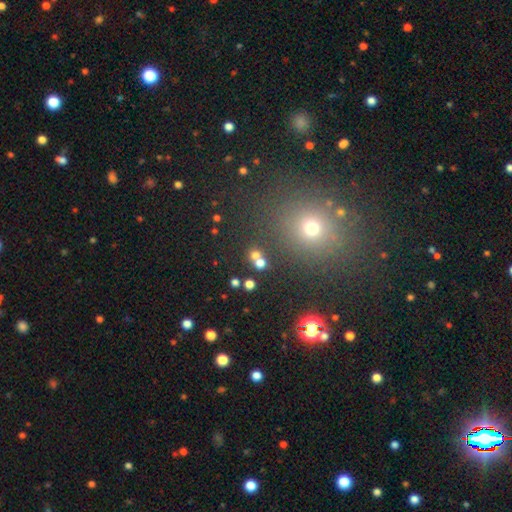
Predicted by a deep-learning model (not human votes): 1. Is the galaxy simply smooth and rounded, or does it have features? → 66% smooth, 23% star or artifact, 11% featured or disk.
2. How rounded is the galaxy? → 81% round, 18% in between, 1% cigar-shaped.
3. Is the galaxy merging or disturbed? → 58% none, 30% merger, 7% minor disturbance, 4% major disturbance.